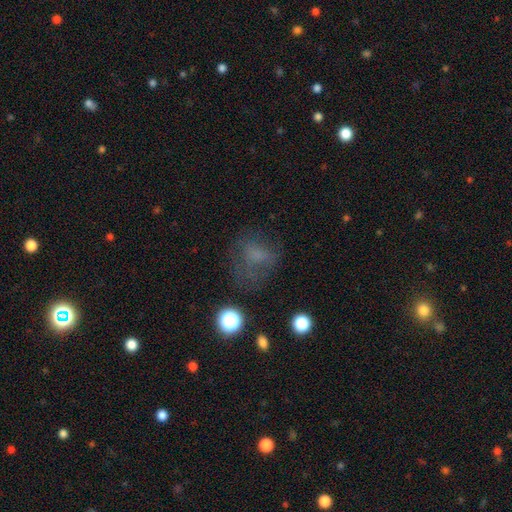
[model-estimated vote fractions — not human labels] Overall: smooth (52%; featured or disk 25%). How rounded: round (60%; in between 38%). Merging: none (50%; major disturbance 26%).